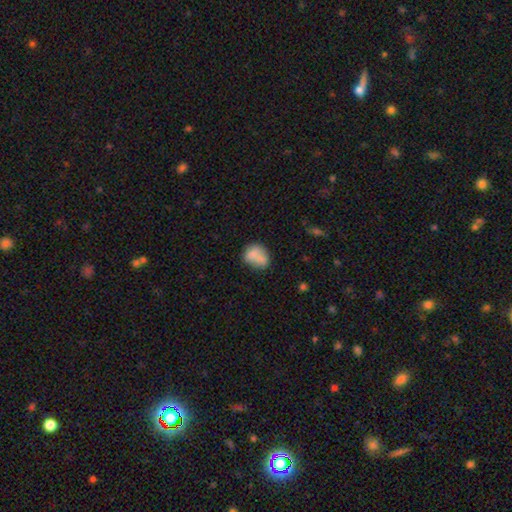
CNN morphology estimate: type=smooth (74%); roundness=round (54%); merging=none (46%).